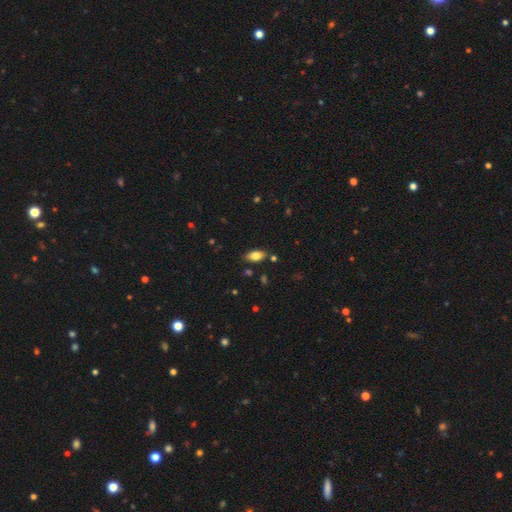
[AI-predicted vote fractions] Smooth or featured? Predicted: smooth (p=0.79). How rounded? Predicted: in between (p=0.89). Merging? Predicted: none (p=0.81).